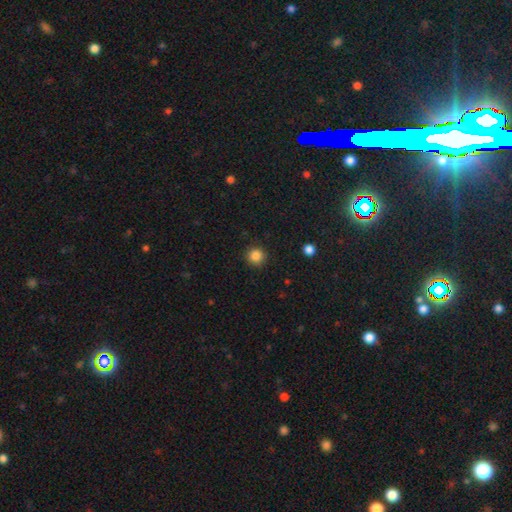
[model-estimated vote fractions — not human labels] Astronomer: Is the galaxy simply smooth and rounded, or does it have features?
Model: smooth — 85%.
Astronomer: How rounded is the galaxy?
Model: round — 94%.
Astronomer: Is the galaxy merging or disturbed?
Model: none — 91%.